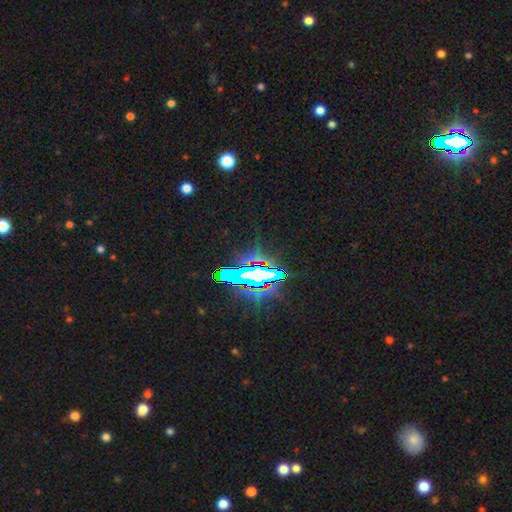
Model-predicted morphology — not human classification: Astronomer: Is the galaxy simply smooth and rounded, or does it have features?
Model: star or artifact — 79%.